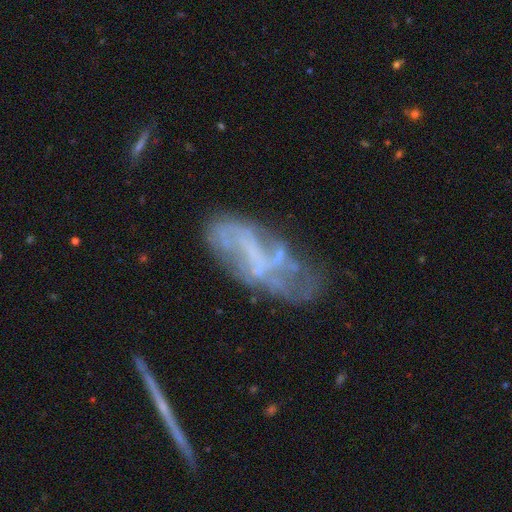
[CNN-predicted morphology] A featured or disk galaxy (67%) with no bar (52%), no spiral arms (53%) and no central bulge (66%).

Vote fractions:
- Smooth or featured? featured or disk: 67% / smooth: 22% / star or artifact: 10%
- Edge-on disk? no: 92% / yes: 8%
- Bar? no: 52% / weak: 30% / strong: 17%
- Spiral arms? no: 53% / yes: 47%
- Bulge size? none: 66% / small: 21% / moderate: 9% / large: 2% / dominant: 1%
- Merging? none: 40% / minor disturbance: 27% / major disturbance: 25% / merger: 8%